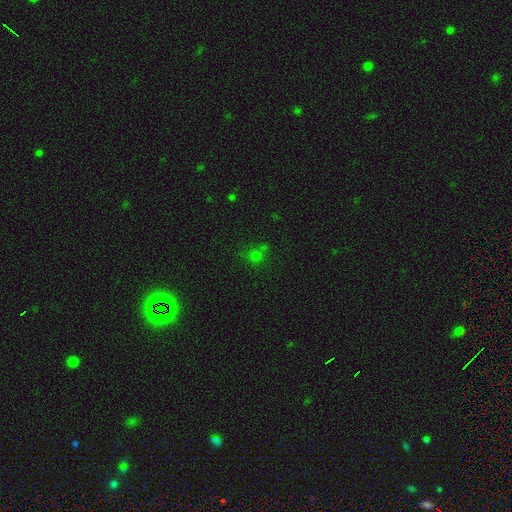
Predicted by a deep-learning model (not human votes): Smooth or featured? Predicted: smooth (p=0.59). How rounded? Predicted: round (p=0.84). Merging? Predicted: none (p=0.64).